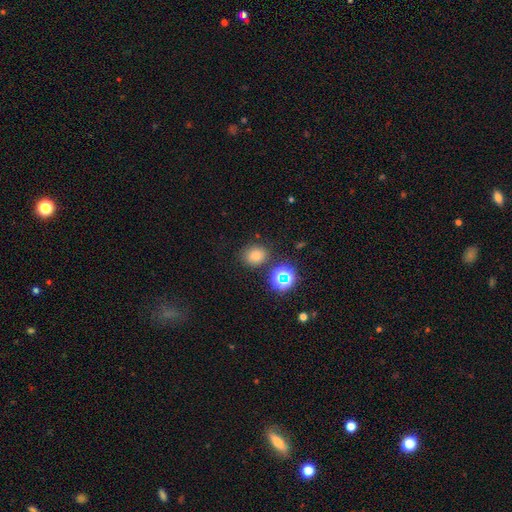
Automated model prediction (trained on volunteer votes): Overall: smooth (70%). How rounded: round (67%; in between 32%). Merging: none (81%).